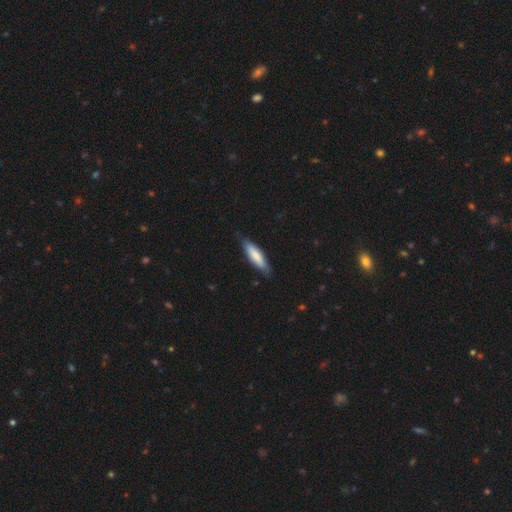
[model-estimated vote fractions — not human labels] This appears to be a smooth galaxy with no disk features (76%) that is cigar-shaped (65%). Merging: none (80%).